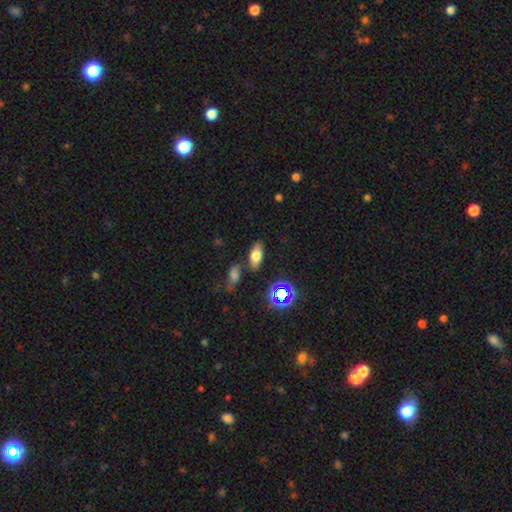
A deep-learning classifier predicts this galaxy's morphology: This is likely a smooth galaxy (67%). How rounded: clearly in between (83%). Merging: likely none (76%).